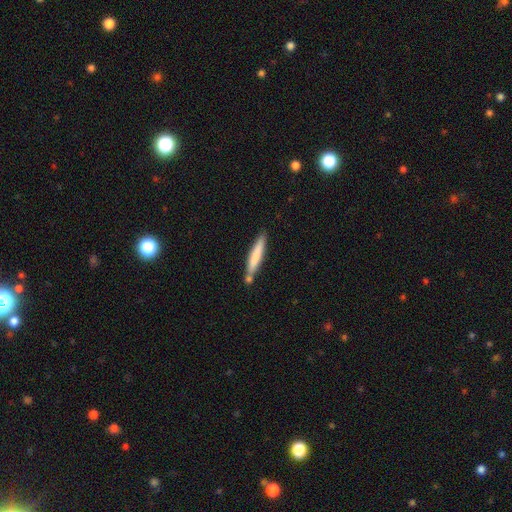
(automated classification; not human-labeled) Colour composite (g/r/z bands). It shows a smooth galaxy with no disk features (71%) that is cigar-shaped (93%). Merging: none (68%).